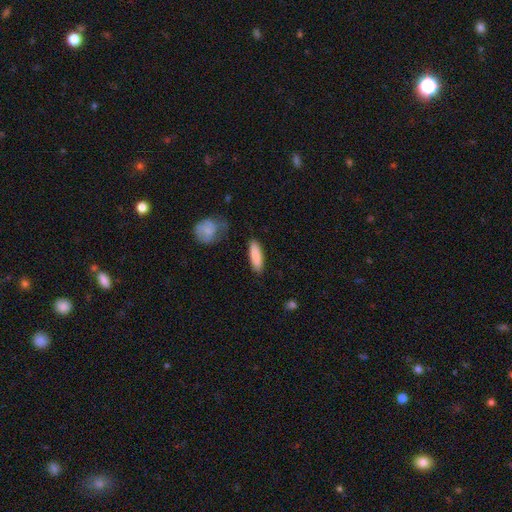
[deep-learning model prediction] Smooth or featured: smooth — 87% (featured or disk — 8%)
How rounded: cigar-shaped — 59% (in between — 39%)
Merging: none — 85% (minor disturbance — 10%)